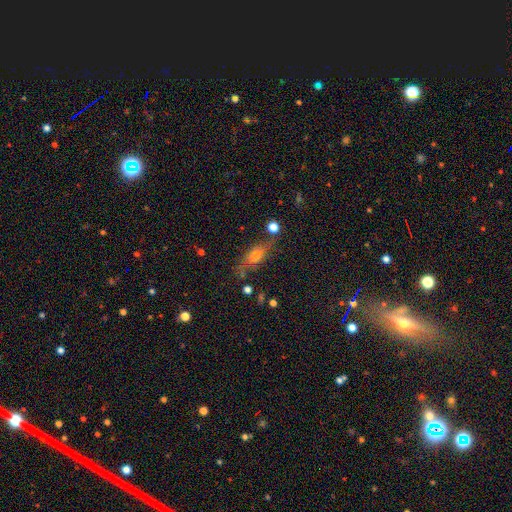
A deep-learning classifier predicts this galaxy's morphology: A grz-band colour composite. It shows a featured or disk galaxy (43%). Merging: none (67%).